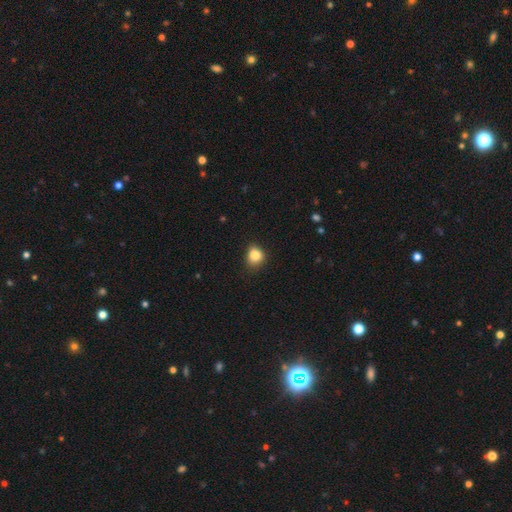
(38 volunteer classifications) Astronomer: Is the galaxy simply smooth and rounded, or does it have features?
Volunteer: smooth — 89%.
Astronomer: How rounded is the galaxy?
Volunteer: round — 71%.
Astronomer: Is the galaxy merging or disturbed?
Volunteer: none — 66%.